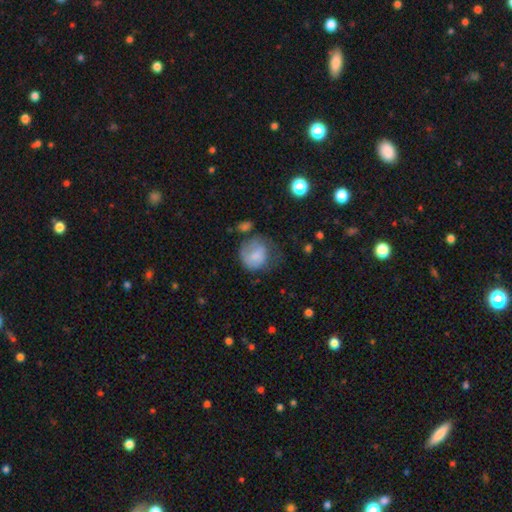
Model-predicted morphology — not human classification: This is likely a smooth galaxy (64%). How rounded: likely round (74%). Merging: marginally none (34%).